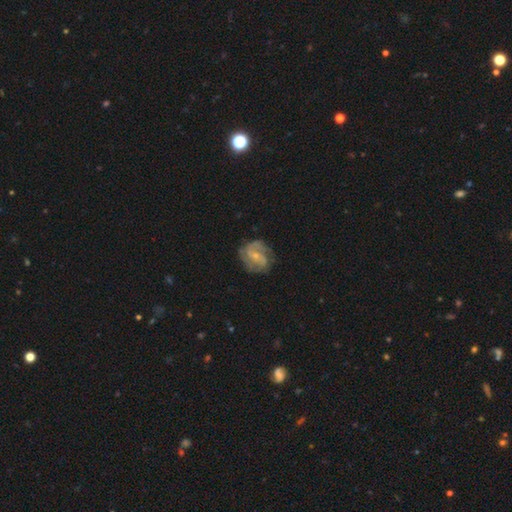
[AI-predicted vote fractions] Overall: featured or disk (80%). Edge-on disk: no (98%). Bar: weak (47%; no 38%). Spiral arms: yes (94%). Spiral arm count: 2 (60%). Spiral winding: medium (49%; tight 33%). Bulge size: small (67%). Merging: none (70%).